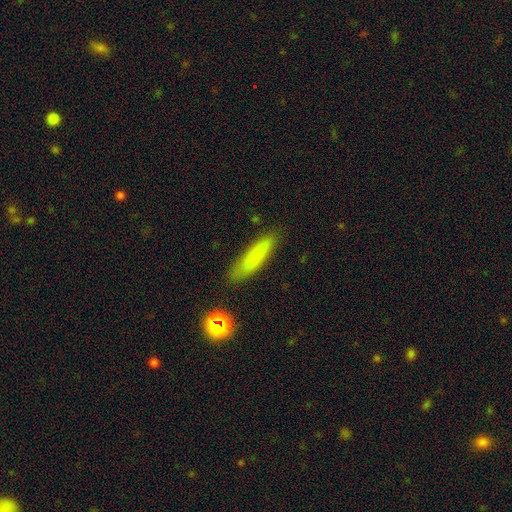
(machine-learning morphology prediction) Smooth or featured?
  - smooth: 79% *
  - featured or disk: 11%
  - star or artifact: 9%
How rounded?
  - cigar-shaped: 80% *
  - in between: 18%
  - round: 2%
Merging?
  - none: 81% *
  - minor disturbance: 14%
  - major disturbance: 3%
  - merger: 2%